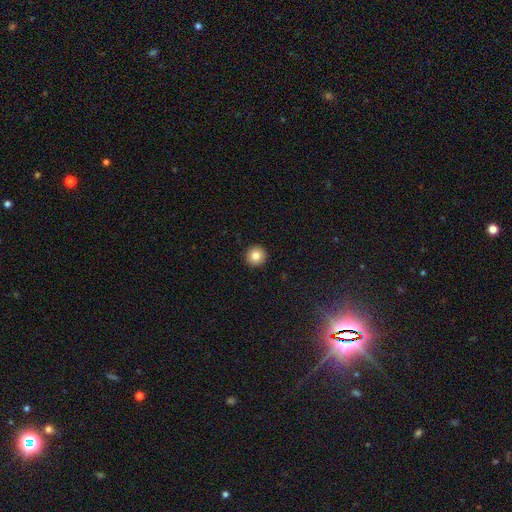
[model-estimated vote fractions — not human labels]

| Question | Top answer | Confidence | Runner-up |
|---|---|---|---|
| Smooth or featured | smooth | 82% | star or artifact (10%) |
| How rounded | round | 96% | in between (3%) |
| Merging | none | 93% | minor disturbance (4%) |